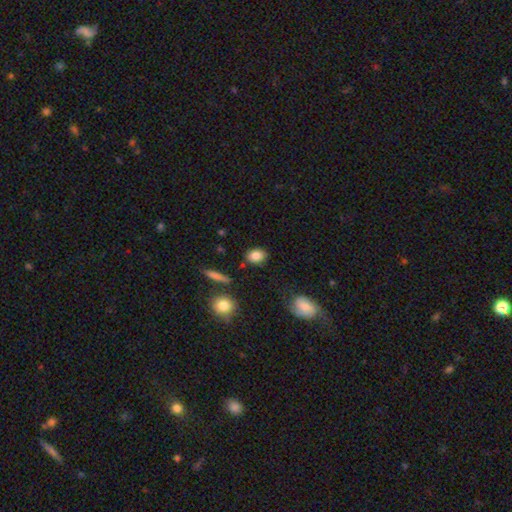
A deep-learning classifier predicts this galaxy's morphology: smooth_or_featured: smooth (p=0.83) [alt: star or artifact p=0.08]
how_rounded: in between (p=0.68) [alt: round p=0.30]
merging: none (p=0.82) [alt: minor disturbance p=0.12]